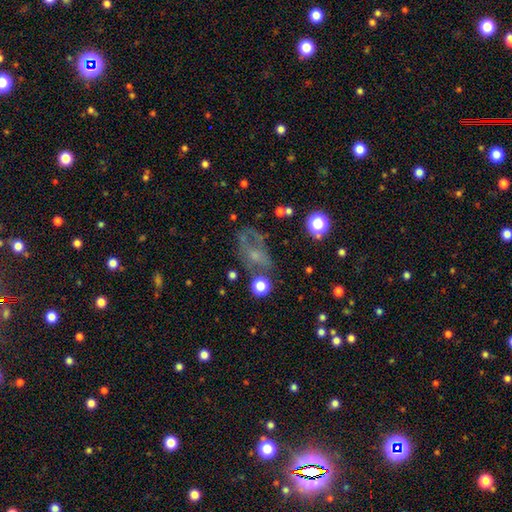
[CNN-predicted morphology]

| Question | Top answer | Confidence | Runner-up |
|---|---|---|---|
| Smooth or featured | featured or disk | 43% | smooth (37%) |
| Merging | none | 41% | major disturbance (30%) |